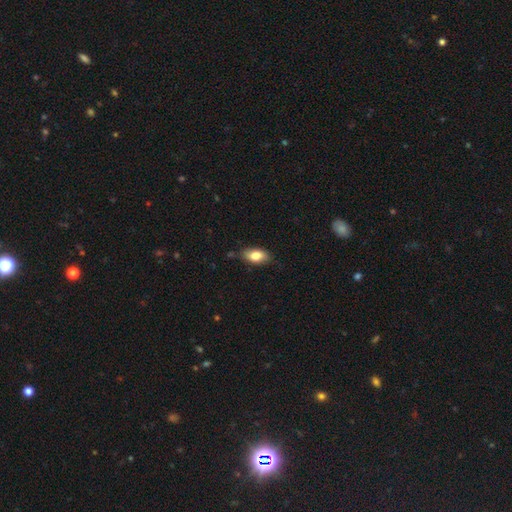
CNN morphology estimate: smooth-or-featured: smooth: 81% | featured or disk: 12% | star or artifact: 7%
  how-rounded: in between: 90% | cigar-shaped: 5% | round: 5%
  merging: none: 79% | minor disturbance: 17% | major disturbance: 3% | merger: 2%